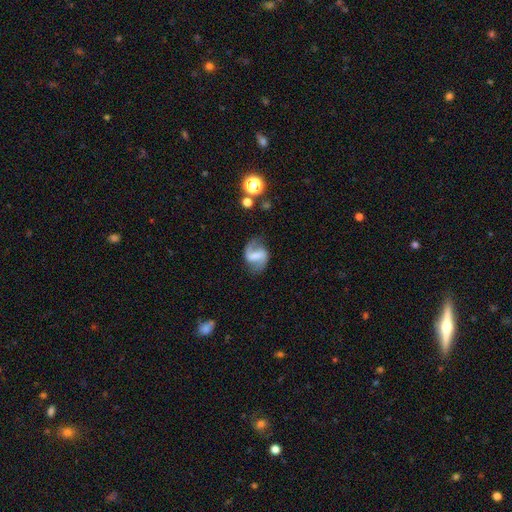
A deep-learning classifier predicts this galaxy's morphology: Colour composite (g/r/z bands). It shows a featured or disk galaxy (77%) with a strong bar (51%), 2 (88%) loose (47%) spiral arms (91%) and no central bulge (40%). Merging: none (72%).